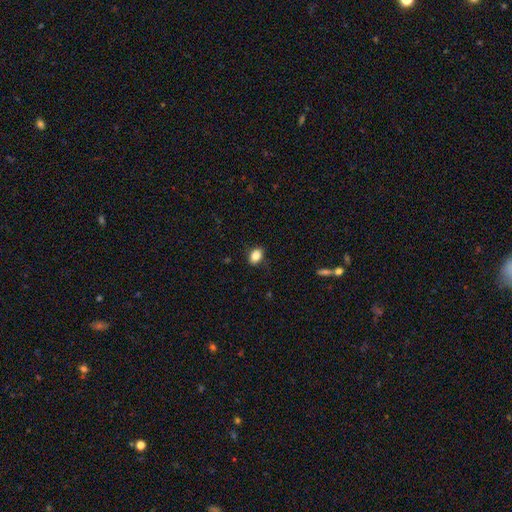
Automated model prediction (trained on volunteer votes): A smooth galaxy with no disk features (85%) that is in between round and cigar-shaped (75%). Merging: none (85%).